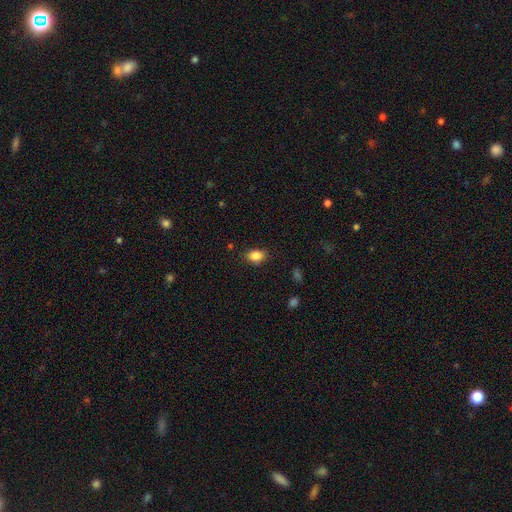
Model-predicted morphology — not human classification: smooth 86%, star or artifact 9%, featured or disk 5%. Down the decision tree: how rounded — in between (77%); merging — none (82%).